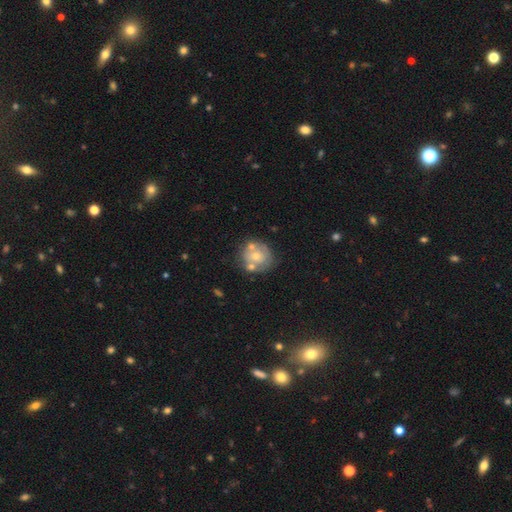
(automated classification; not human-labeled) A featured or disk galaxy (49%).

Vote fractions:
- Smooth or featured? featured or disk: 49% / smooth: 43% / star or artifact: 7%
- Merging? none: 47% / merger: 26% / minor disturbance: 19% / major disturbance: 8%